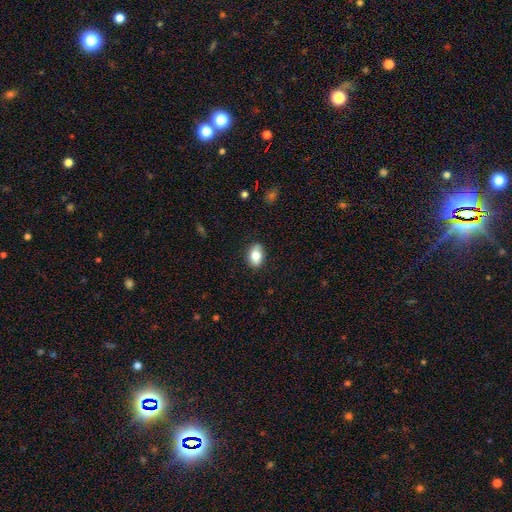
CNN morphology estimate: Q: Smooth or featured?
A: smooth (80%); runner-up: featured or disk (12%)
Q: How rounded?
A: in between (87%); runner-up: round (12%)
Q: Merging?
A: none (86%); runner-up: minor disturbance (10%)